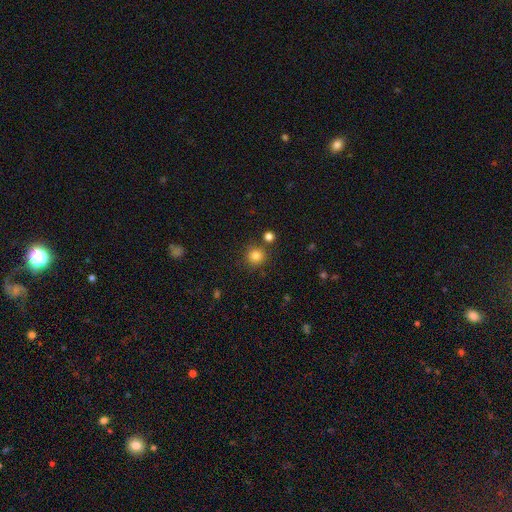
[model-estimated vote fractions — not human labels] A smooth galaxy with no disk features (82%) that is round (93%). Merging: none (82%).